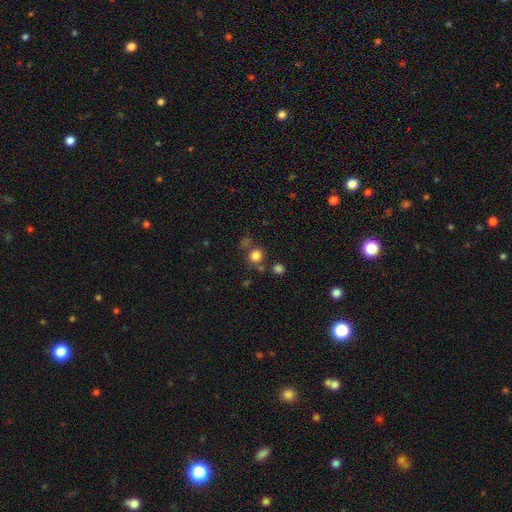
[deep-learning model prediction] A smooth galaxy with no disk features (79%) that is round (86%). Merging: none (68%).